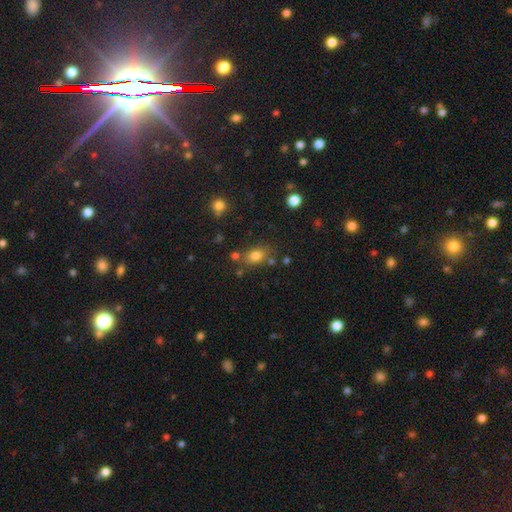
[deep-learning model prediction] A smooth galaxy with no disk features (78%) that is in between round and cigar-shaped (67%). Merging: none (72%).